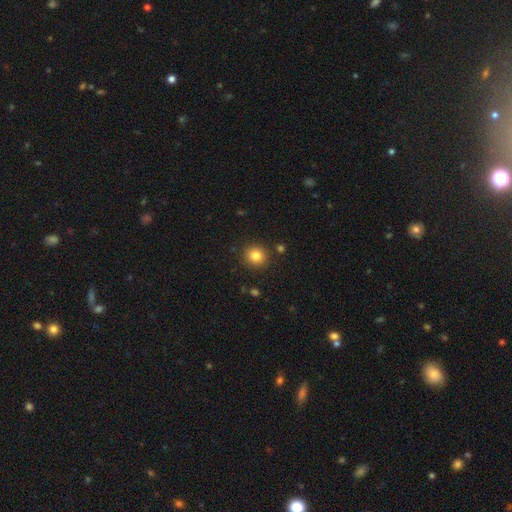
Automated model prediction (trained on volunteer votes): smooth 82%, star or artifact 11%, featured or disk 6%. Down the decision tree: how rounded — round (90%); merging — none (89%).